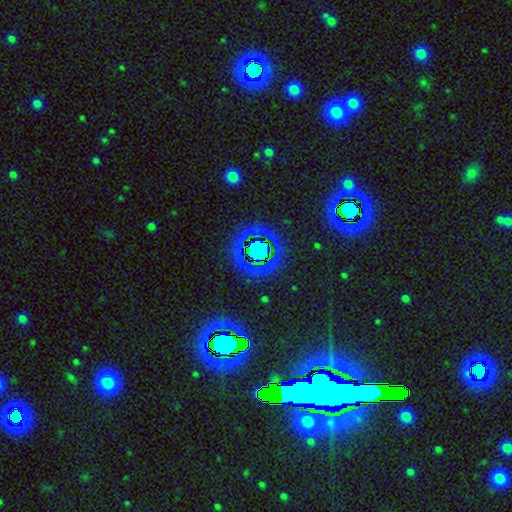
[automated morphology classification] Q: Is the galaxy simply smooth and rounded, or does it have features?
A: star or artifact — 73%.